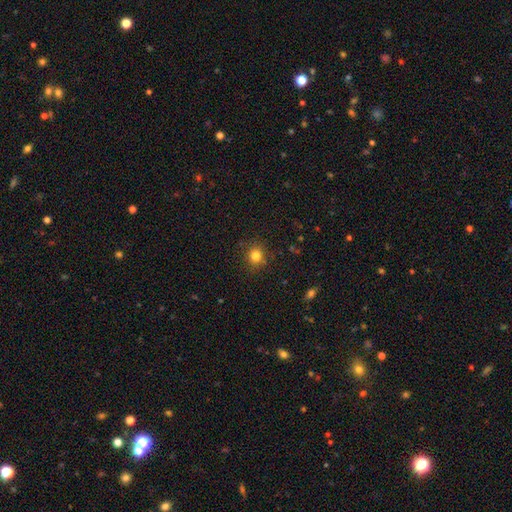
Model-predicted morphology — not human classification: Q: Smooth or featured?
A: smooth (81%); runner-up: star or artifact (13%)
Q: How rounded?
A: round (85%); runner-up: in between (14%)
Q: Merging?
A: none (87%); runner-up: minor disturbance (9%)